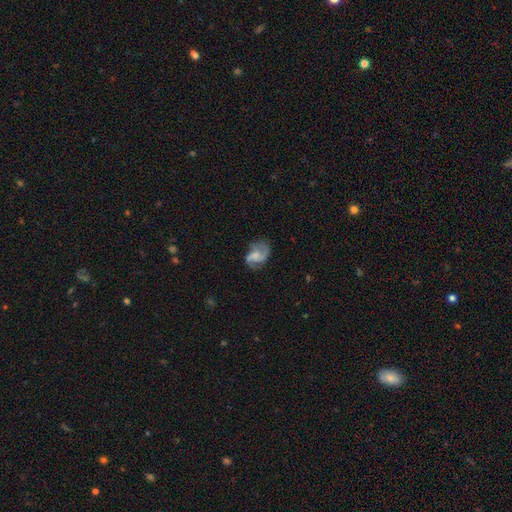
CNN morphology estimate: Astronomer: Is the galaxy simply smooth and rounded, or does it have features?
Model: featured or disk — 69%.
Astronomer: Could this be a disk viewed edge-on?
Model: no — 98%.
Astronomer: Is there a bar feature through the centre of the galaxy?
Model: no — 54% (runner-up: weak, 38%).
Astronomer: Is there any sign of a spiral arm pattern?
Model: yes — 91%.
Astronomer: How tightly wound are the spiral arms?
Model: medium — 46% (runner-up: loose, 38%).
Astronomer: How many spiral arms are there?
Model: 2 — 76%.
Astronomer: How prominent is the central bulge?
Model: small — 33% (runner-up: none, 30%).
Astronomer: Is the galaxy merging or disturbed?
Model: none — 62%.